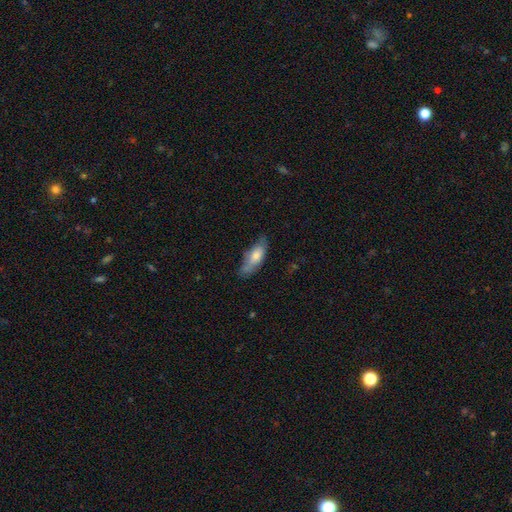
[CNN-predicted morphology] Overall: smooth (67%). How rounded: in between (64%; cigar-shaped 33%). Merging: none (61%; minor disturbance 29%).